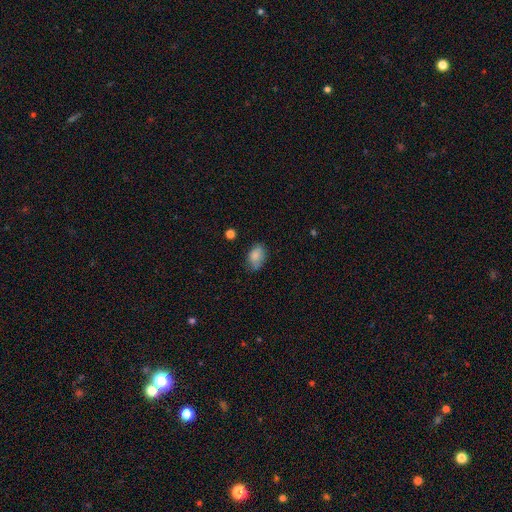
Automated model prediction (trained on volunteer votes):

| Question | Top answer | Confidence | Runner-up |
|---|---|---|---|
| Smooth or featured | smooth | 84% | star or artifact (9%) |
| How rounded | in between | 85% | round (13%) |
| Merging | none | 68% | minor disturbance (25%) |